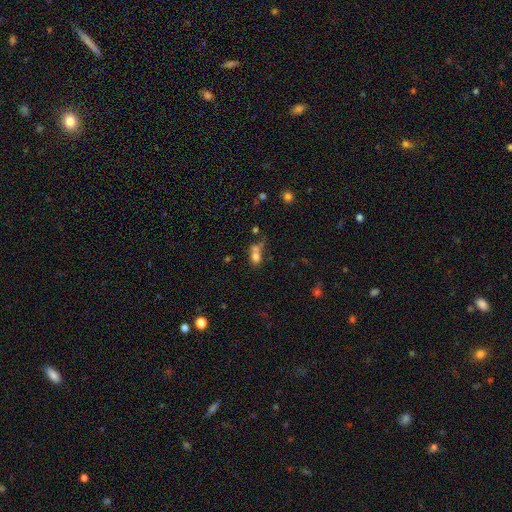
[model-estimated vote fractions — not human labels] A smooth galaxy with no disk features (70%) that is in between round and cigar-shaped (53%).

Vote fractions:
- Smooth or featured? smooth: 70% / star or artifact: 15% / featured or disk: 15%
- How rounded? in between: 53% / round: 44% / cigar-shaped: 3%
- Merging? merger: 50% / none: 32% / minor disturbance: 11% / major disturbance: 7%